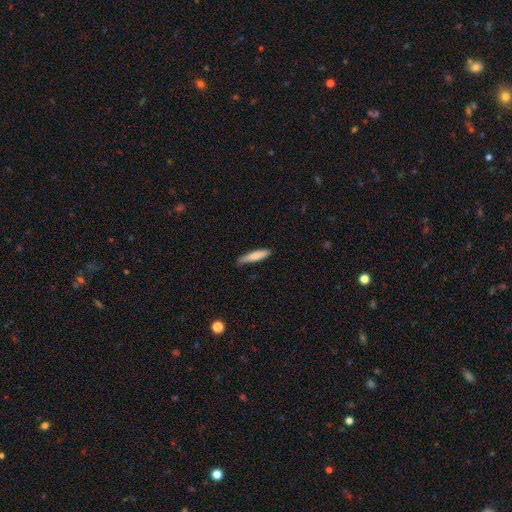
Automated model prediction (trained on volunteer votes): This is likely a smooth galaxy (78%). How rounded: clearly cigar-shaped (85%). Merging: likely none (77%).